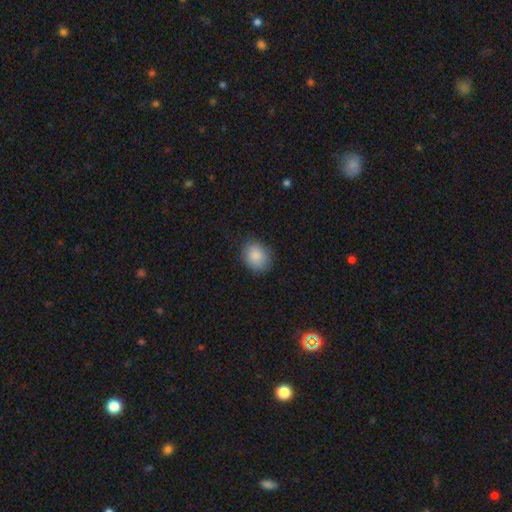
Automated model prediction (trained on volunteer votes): Smooth or featured: smooth — 87% (star or artifact — 8%)
How rounded: round — 51% (in between — 48%)
Merging: none — 82% (minor disturbance — 13%)